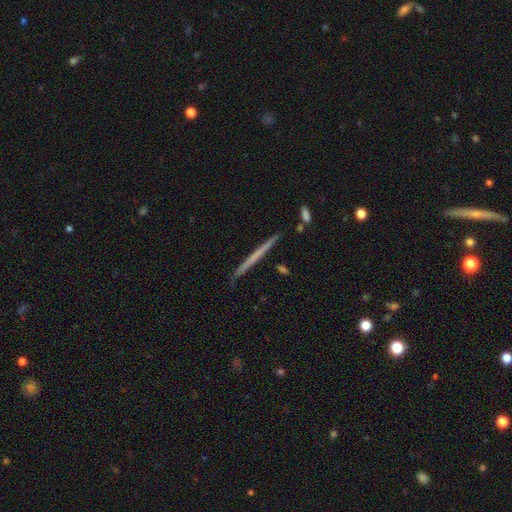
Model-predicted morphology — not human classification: type=featured or disk (51%); edge-on=yes (98%); merging=none (91%).